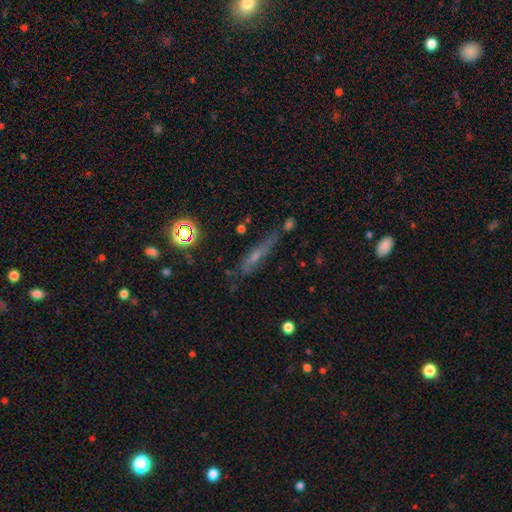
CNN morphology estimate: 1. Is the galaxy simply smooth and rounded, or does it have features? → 45% featured or disk, 33% smooth, 22% star or artifact.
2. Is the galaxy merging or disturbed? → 58% none, 22% minor disturbance, 11% major disturbance, 9% merger.